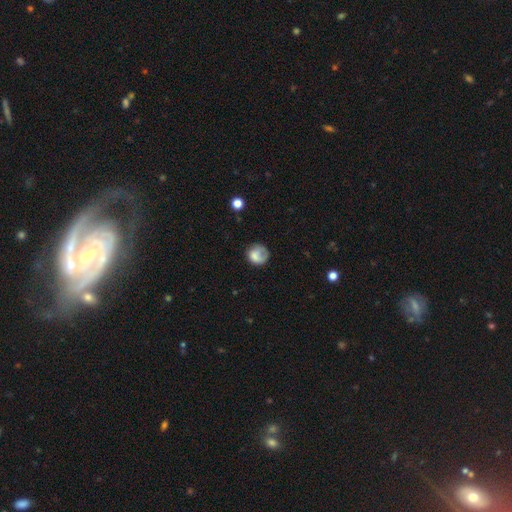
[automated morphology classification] Q: Smooth or featured?
A: smooth (73%); runner-up: featured or disk (18%)
Q: How rounded?
A: round (81%); runner-up: in between (18%)
Q: Merging?
A: none (54%); runner-up: minor disturbance (26%)